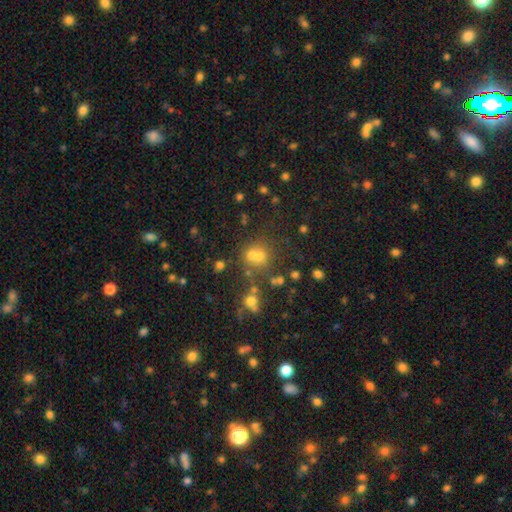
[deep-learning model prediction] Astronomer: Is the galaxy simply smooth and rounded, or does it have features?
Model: smooth — 54% (runner-up: star or artifact, 31%).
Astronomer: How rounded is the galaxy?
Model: round — 78%.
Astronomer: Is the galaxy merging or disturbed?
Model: none — 47% (runner-up: merger, 40%).